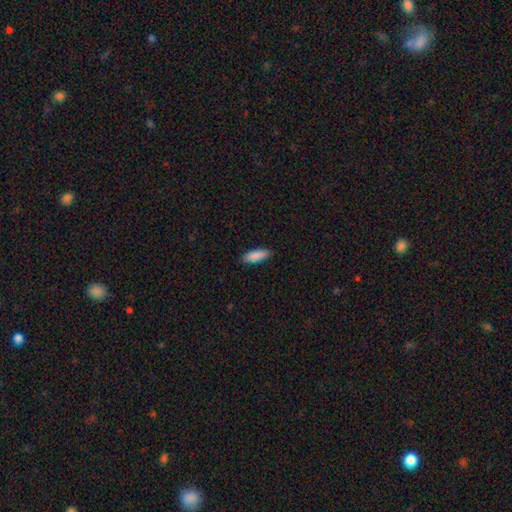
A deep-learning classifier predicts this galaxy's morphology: smooth_or_featured: smooth (p=0.89) [alt: star or artifact p=0.06]
how_rounded: in between (p=0.59) [alt: cigar-shaped p=0.39]
merging: none (p=0.87) [alt: minor disturbance p=0.10]